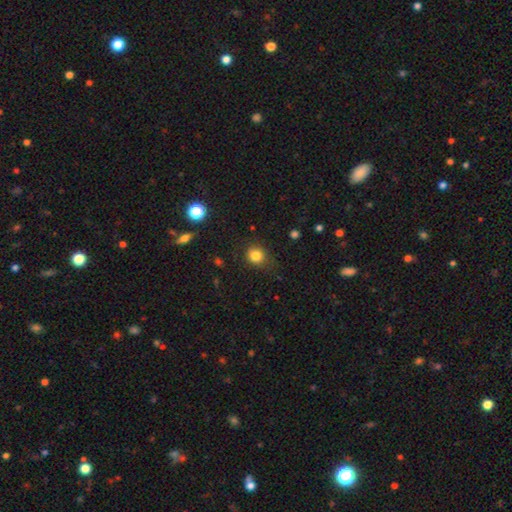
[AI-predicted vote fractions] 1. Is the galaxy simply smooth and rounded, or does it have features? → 82% smooth, 12% star or artifact, 6% featured or disk.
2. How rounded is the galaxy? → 79% round, 20% in between, 1% cigar-shaped.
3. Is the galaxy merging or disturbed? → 79% none, 15% minor disturbance, 4% major disturbance, 1% merger.